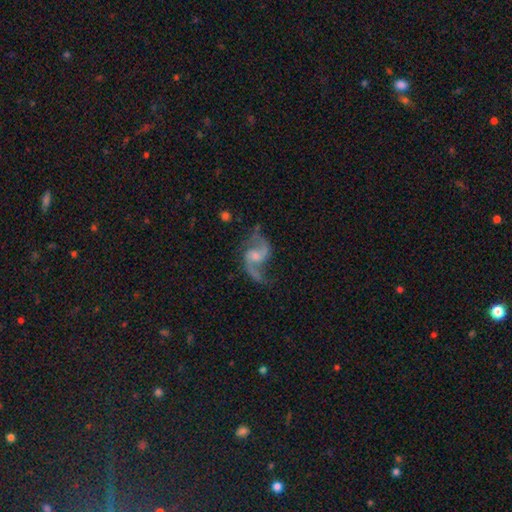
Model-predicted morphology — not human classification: featured or disk 89%, star or artifact 6%, smooth 5%. Down the decision tree: edge-on disk — no (98%); bar — weak (47%); spiral arms — yes (97%); spiral arm count — 2 (92%); spiral winding — loose (67%); bulge size — small (45%); merging — none (68%).